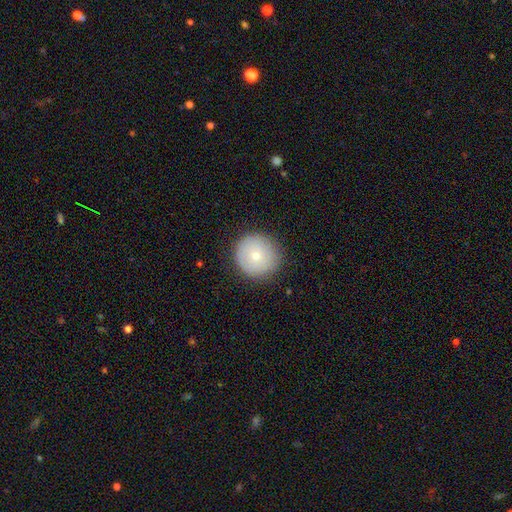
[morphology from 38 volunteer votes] Smooth or featured: smooth — 74% (featured or disk — 26%)
How rounded: round — 96% (in between — 4%)
Merging: none — 87% (major disturbance — 8%)